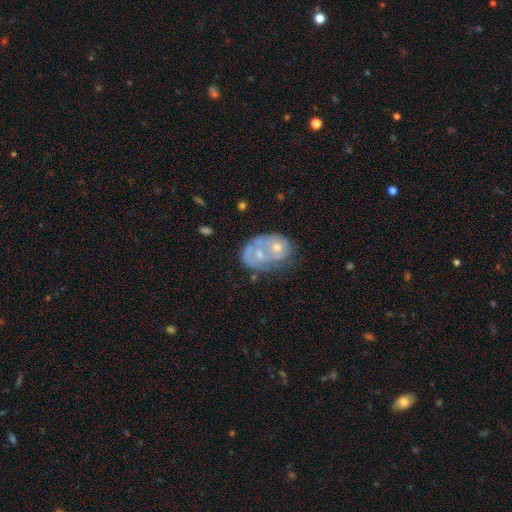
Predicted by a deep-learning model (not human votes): The model was most divided on "bulge size": moderate: 49%, small: 28%, none: 17%, large: 5%, dominant: 2%. More confident: edge-on disk — no (97%); bar — no (84%); spiral arms — no (72%); smooth or featured — featured or disk (58%); merging — merger (54%).